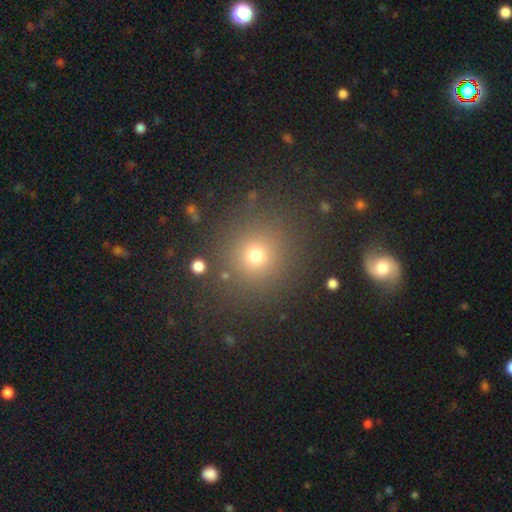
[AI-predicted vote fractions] A smooth galaxy with no disk features (71%) that is round (91%). Merging: none (85%).